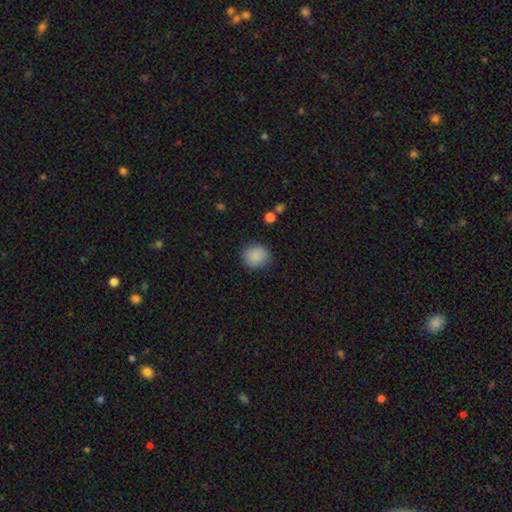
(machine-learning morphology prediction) This appears to be a smooth galaxy with no disk features (88%) that is round (82%). Merging: none (85%).